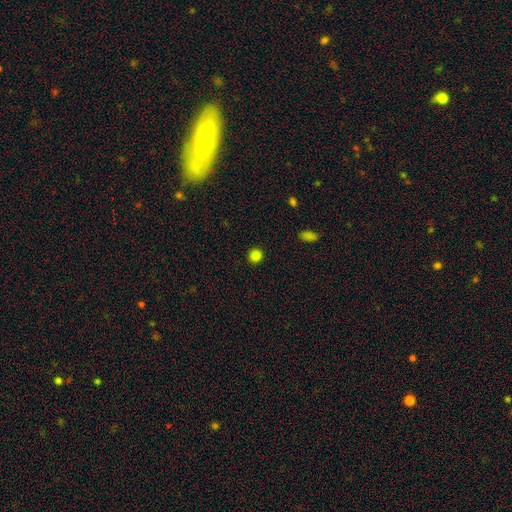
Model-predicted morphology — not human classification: smooth_or_featured: smooth (p=0.84) [alt: star or artifact p=0.13]
how_rounded: round (p=0.91) [alt: in between p=0.08]
merging: none (p=0.92) [alt: minor disturbance p=0.05]